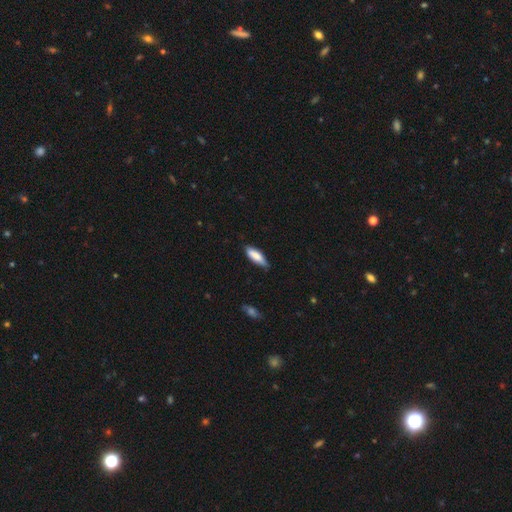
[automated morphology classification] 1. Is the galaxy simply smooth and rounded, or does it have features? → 80% smooth, 14% featured or disk, 6% star or artifact.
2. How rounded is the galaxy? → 53% in between, 45% cigar-shaped, 2% round.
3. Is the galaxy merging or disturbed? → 72% none, 23% minor disturbance, 3% major disturbance, 1% merger.